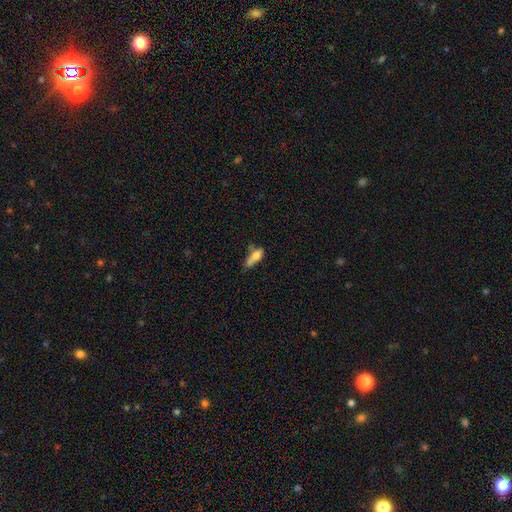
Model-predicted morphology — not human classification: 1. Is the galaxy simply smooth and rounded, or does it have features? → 69% smooth, 22% featured or disk, 9% star or artifact.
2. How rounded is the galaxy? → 60% in between, 35% cigar-shaped, 5% round.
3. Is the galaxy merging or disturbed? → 30% none, 28% minor disturbance, 21% major disturbance, 21% merger.